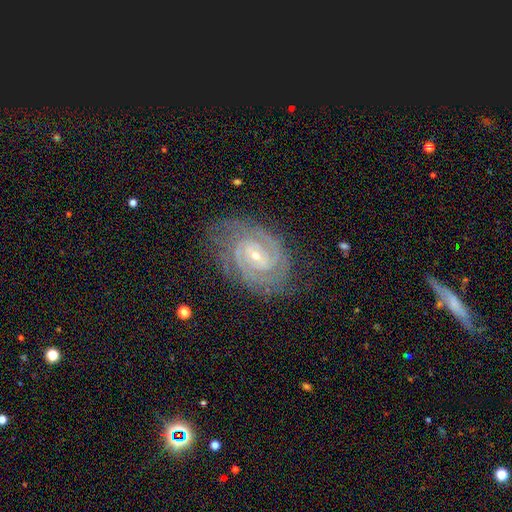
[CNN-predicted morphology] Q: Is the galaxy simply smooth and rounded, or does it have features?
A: featured or disk — 90%.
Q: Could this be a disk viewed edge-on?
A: no — 97%.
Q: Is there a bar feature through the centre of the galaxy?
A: weak — 43%.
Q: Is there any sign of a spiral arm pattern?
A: yes — 98%.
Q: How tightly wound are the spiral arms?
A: tight — 75%.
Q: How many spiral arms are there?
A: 2 — 55%.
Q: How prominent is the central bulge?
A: small — 79%.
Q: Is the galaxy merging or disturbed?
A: none — 76%.